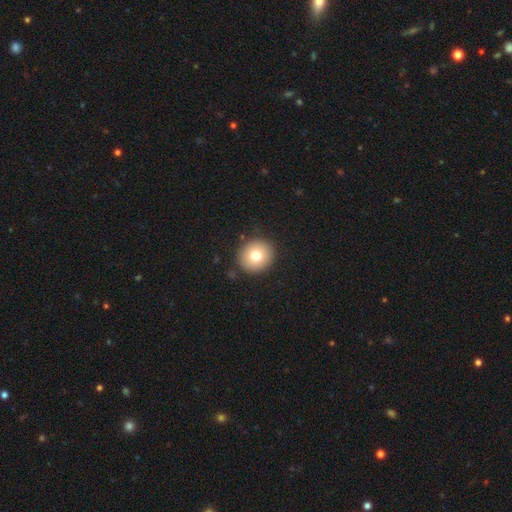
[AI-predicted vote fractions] Smooth or featured? Predicted: smooth (p=0.76). How rounded? Predicted: round (p=0.88). Merging? Predicted: none (p=0.89).